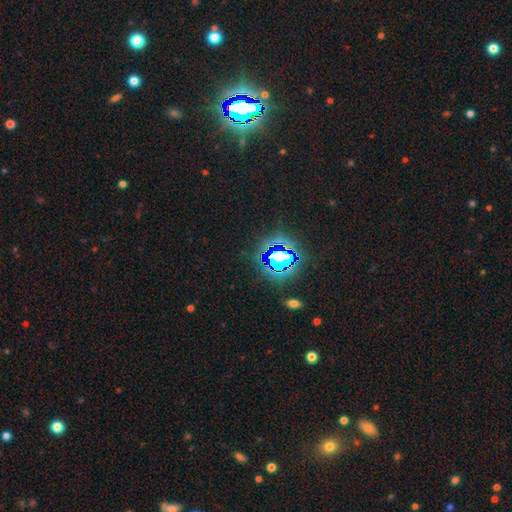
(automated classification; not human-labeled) A star or artifact, not a galaxy (82%).